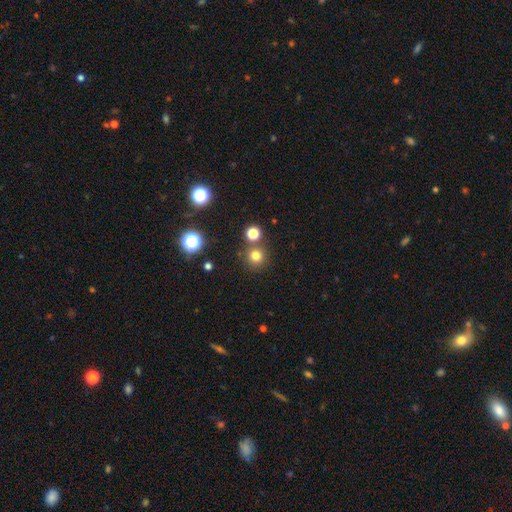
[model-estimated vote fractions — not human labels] A smooth galaxy with no disk features (75%) that is round (94%).

Vote fractions:
- Smooth or featured? smooth: 75% / star or artifact: 19% / featured or disk: 6%
- How rounded? round: 94% / in between: 5% / cigar-shaped: 1%
- Merging? none: 79% / merger: 11% / minor disturbance: 7% / major disturbance: 3%